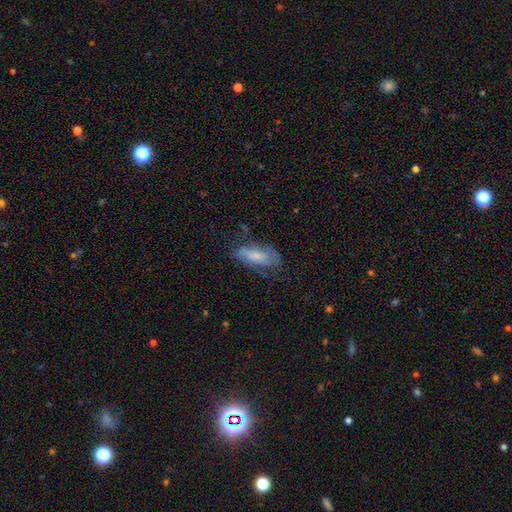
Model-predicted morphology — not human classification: This appears to be a smooth galaxy with no disk features (58%) that is in between round and cigar-shaped (74%). Merging: none (54%).